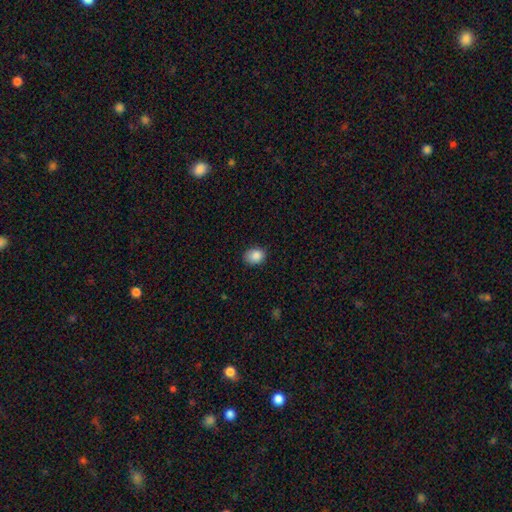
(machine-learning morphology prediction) Smooth or featured? Predicted: smooth (p=0.87). How rounded? Predicted: in between (p=0.51). Merging? Predicted: none (p=0.80).